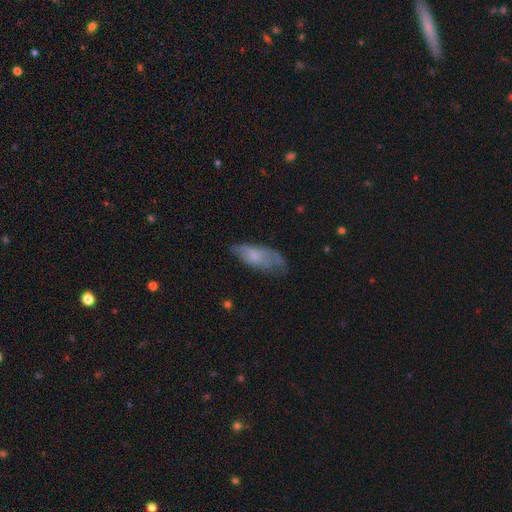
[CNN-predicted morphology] This appears to be a smooth galaxy with no disk features (57%) that is in between round and cigar-shaped (77%). Merging: none (43%).